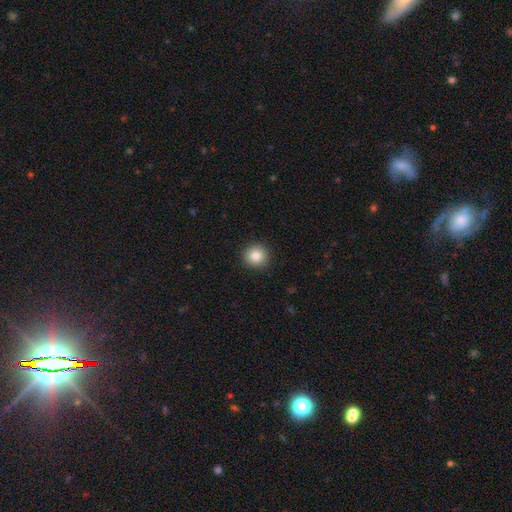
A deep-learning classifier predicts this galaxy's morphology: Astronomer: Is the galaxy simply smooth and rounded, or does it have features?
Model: smooth — 85%.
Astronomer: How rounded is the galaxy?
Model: round — 93%.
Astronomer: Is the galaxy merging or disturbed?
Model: none — 92%.